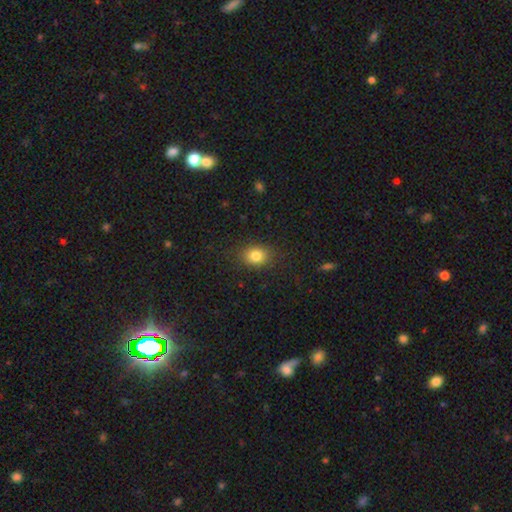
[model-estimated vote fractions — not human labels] This is clearly a smooth galaxy (82%). How rounded: possibly round (52%). Merging: clearly none (86%).